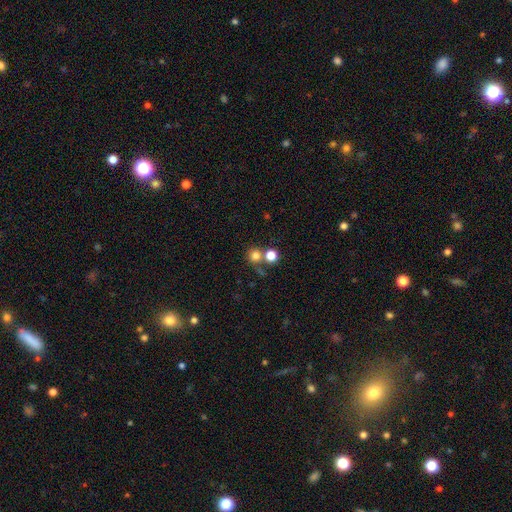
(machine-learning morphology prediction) Smooth or featured? smooth (77%)
How rounded? round (92%)
Merging? none (62%)